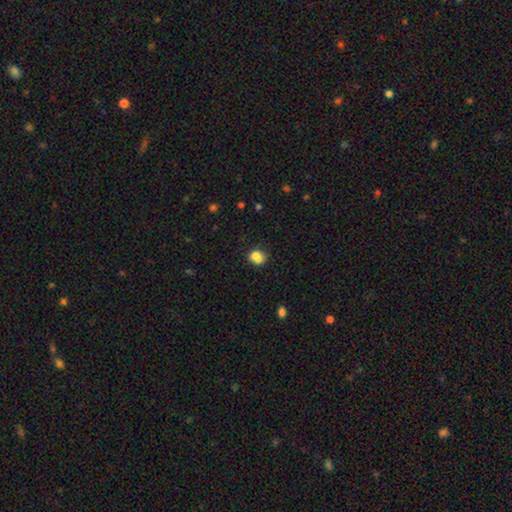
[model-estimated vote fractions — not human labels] smooth-or-featured: smooth: 75% | featured or disk: 14% | star or artifact: 11%
  how-rounded: round: 62% | in between: 37% | cigar-shaped: 1%
  merging: merger: 41% | none: 39% | minor disturbance: 14% | major disturbance: 5%